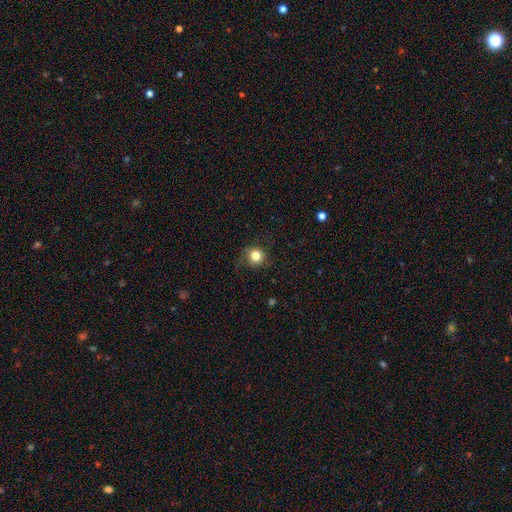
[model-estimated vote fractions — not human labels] Q: Smooth or featured?
A: smooth (81%); runner-up: star or artifact (12%)
Q: How rounded?
A: round (93%); runner-up: in between (6%)
Q: Merging?
A: none (82%); runner-up: minor disturbance (12%)